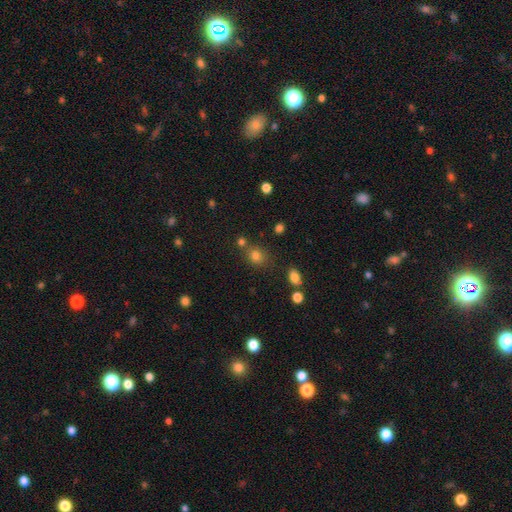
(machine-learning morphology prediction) Smooth or featured: smooth — 78% (star or artifact — 15%)
How rounded: round — 67% (in between — 32%)
Merging: none — 66% (merger — 17%)